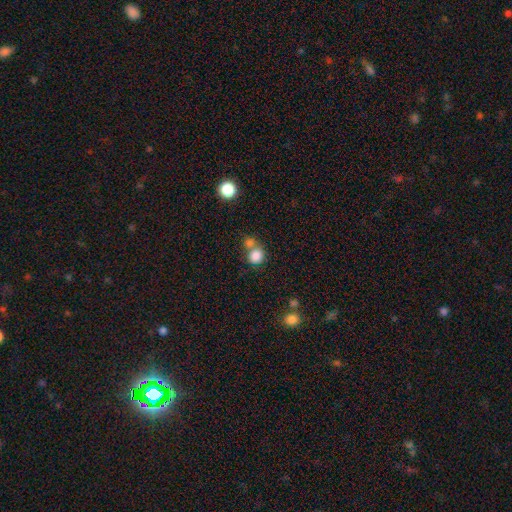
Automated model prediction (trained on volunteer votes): smooth-or-featured: smooth: 82% | star or artifact: 10% | featured or disk: 7%
  how-rounded: round: 81% | in between: 18% | cigar-shaped: 1%
  merging: none: 45% | merger: 41% | minor disturbance: 9% | major disturbance: 4%